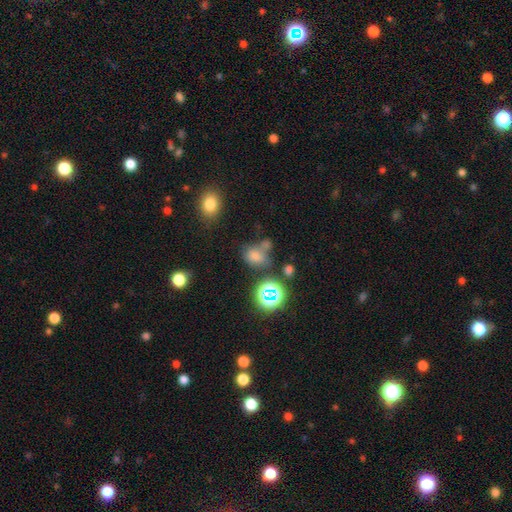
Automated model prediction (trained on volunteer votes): Q: Smooth or featured?
A: smooth (55%); runner-up: star or artifact (36%)
Q: How rounded?
A: round (58%); runner-up: in between (40%)
Q: Merging?
A: none (60%); runner-up: merger (17%)